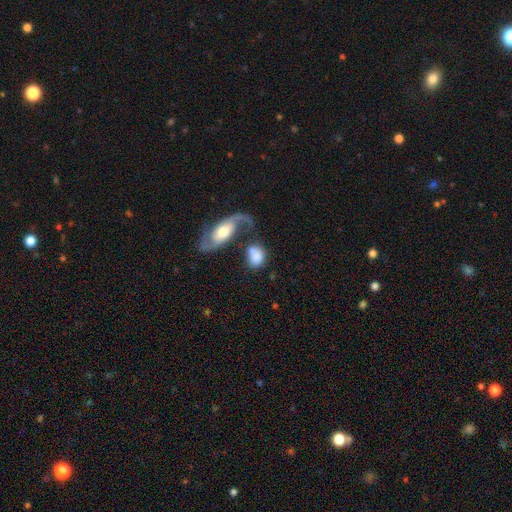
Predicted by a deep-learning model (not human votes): The model was most divided on "merging": merger: 38%, none: 33%, major disturbance: 15%, minor disturbance: 14%. More confident: smooth or featured — smooth (66%); how rounded — in between (63%).